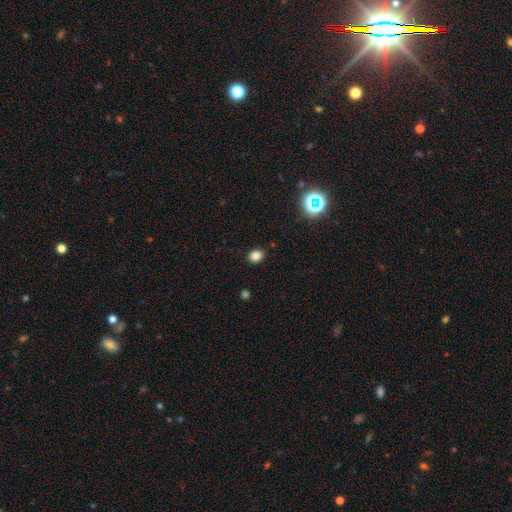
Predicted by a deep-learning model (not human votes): smooth 82%, star or artifact 13%, featured or disk 5%. Down the decision tree: how rounded — in between (51%); merging — none (88%).